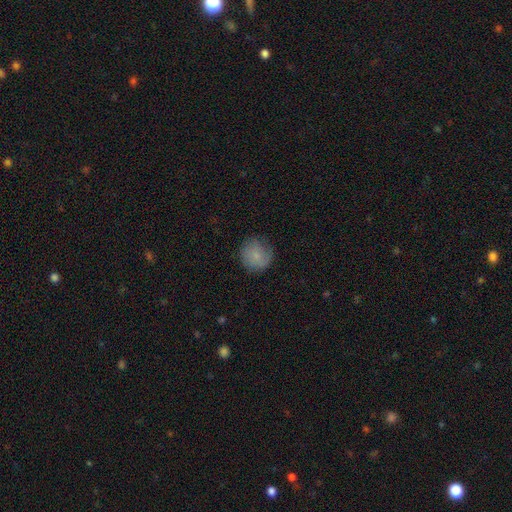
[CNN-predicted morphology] The model was most divided on "merging": none: 77%, minor disturbance: 17%, major disturbance: 5%, merger: 1%. More confident: how rounded — round (90%); smooth or featured — smooth (80%).